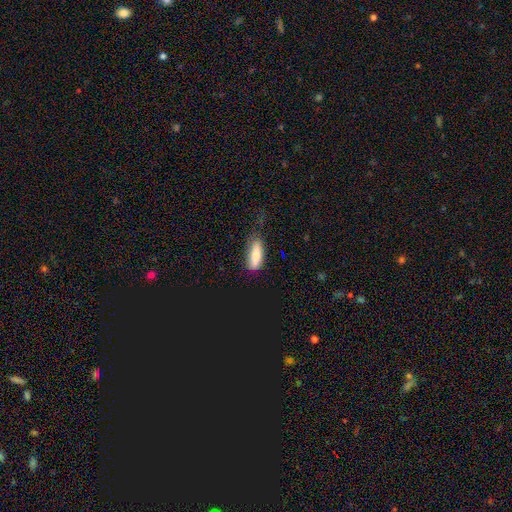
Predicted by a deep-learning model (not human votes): Overall: smooth (79%). How rounded: in between (62%; cigar-shaped 36%). Merging: none (60%; minor disturbance 27%).